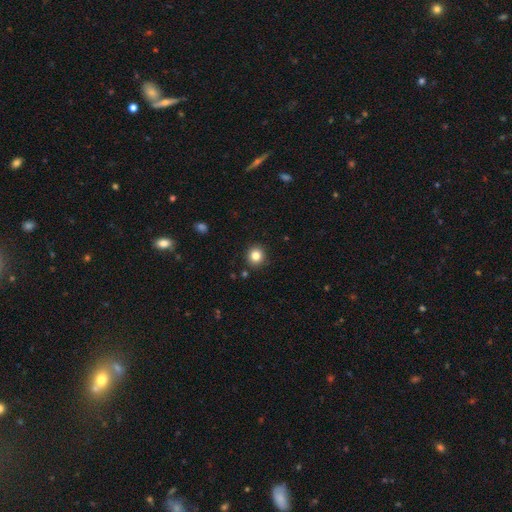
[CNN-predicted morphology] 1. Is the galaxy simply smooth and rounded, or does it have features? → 83% smooth, 11% star or artifact, 5% featured or disk.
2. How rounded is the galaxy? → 92% round, 7% in between, 1% cigar-shaped.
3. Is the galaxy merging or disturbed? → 91% none, 6% minor disturbance, 2% major disturbance, 1% merger.